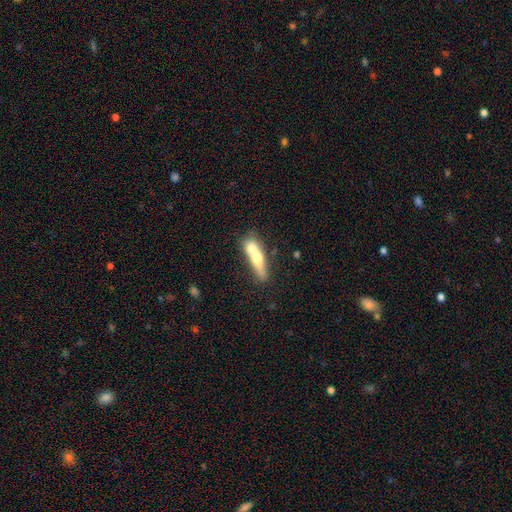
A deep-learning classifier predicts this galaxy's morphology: A smooth galaxy with no disk features (55%) that is cigar-shaped (59%).

Vote fractions:
- Smooth or featured? smooth: 55% / featured or disk: 38% / star or artifact: 7%
- How rounded? cigar-shaped: 59% / in between: 34% / round: 6%
- Merging? merger: 54% / none: 29% / minor disturbance: 11% / major disturbance: 6%